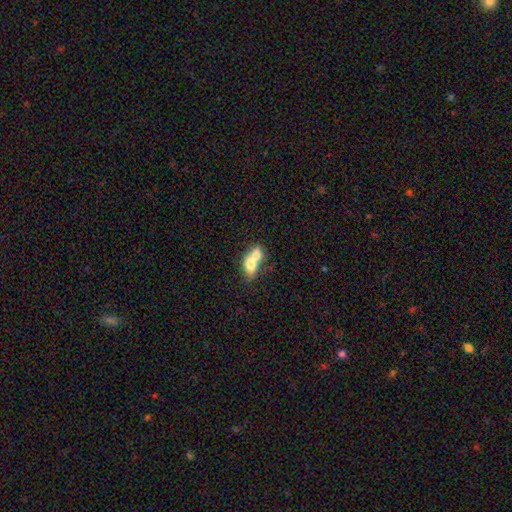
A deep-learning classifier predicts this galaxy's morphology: This is likely a smooth galaxy (69%). How rounded: likely in between (70%). Merging: likely merger (77%).